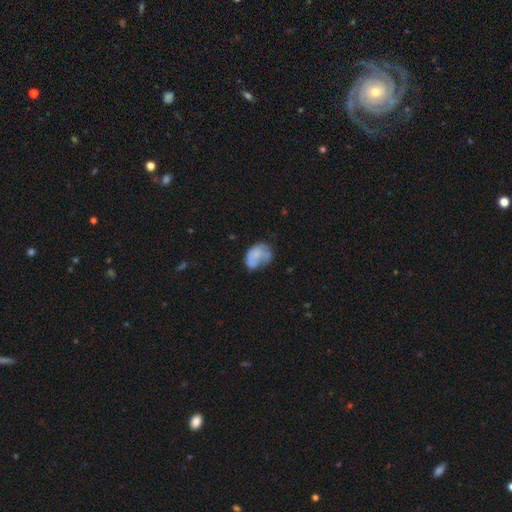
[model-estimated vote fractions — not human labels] Morphology: type=smooth (55%); roundness=in between (68%); merging=none (37%).